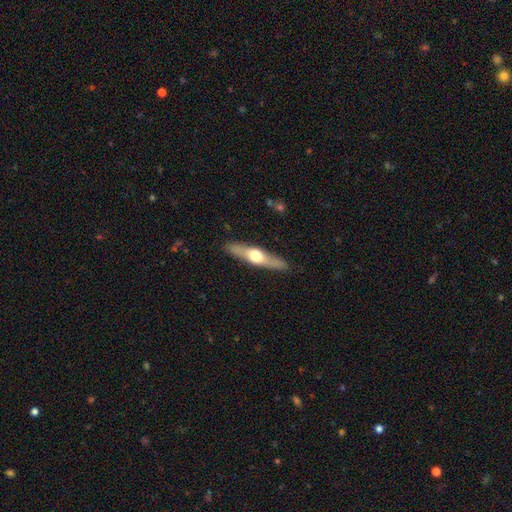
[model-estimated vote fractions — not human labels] Morphology: type=featured or disk (58%); edge-on=yes (90%); edge-on bulge=rounded (93%); merging=none (89%).